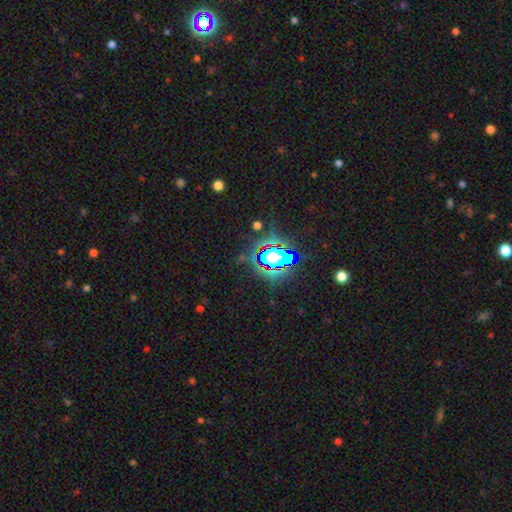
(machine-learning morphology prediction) smooth_or_featured: star or artifact (p=0.82) [alt: smooth p=0.10]